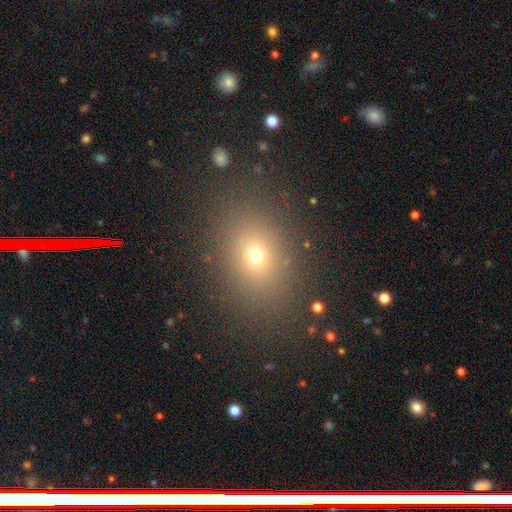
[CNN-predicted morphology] A smooth galaxy with no disk features (66%) that is in between round and cigar-shaped (60%).

Vote fractions:
- Smooth or featured? smooth: 66% / star or artifact: 23% / featured or disk: 11%
- How rounded? in between: 60% / round: 39% / cigar-shaped: 2%
- Merging? none: 86% / minor disturbance: 8% / major disturbance: 4% / merger: 2%